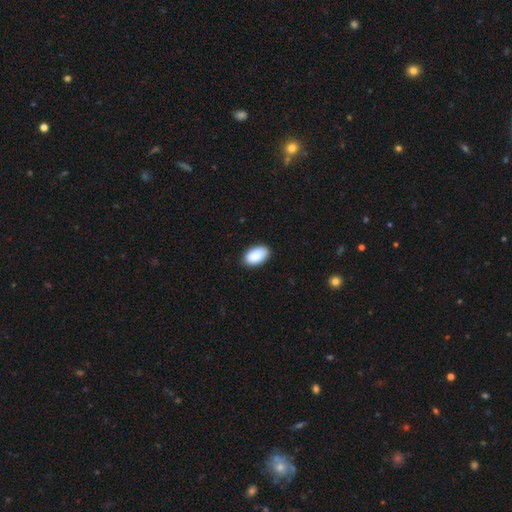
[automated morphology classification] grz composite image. It shows a smooth galaxy with no disk features (91%) that is in between round and cigar-shaped (95%). Merging: none (88%).